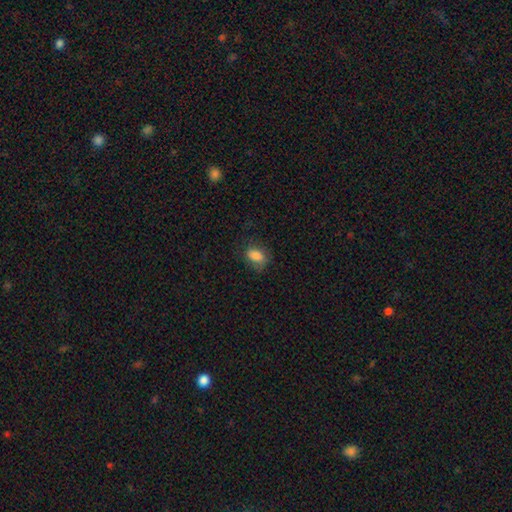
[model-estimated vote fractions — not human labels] Morphology: type=smooth (82%); roundness=in between (79%); merging=none (65%).